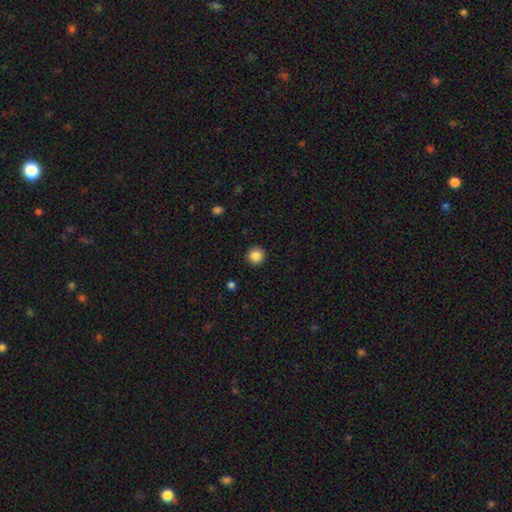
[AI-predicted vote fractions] Overall: smooth (86%). How rounded: round (94%). Merging: none (93%).